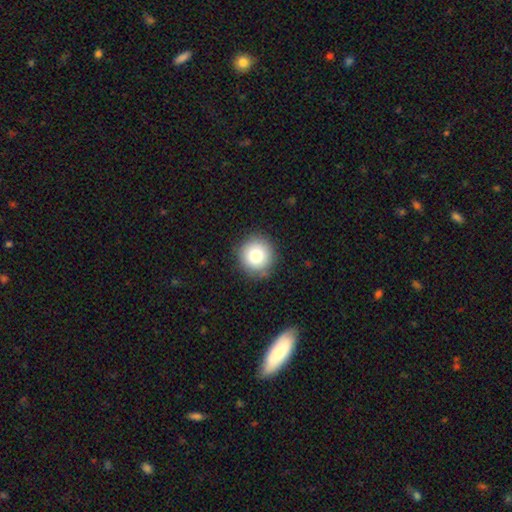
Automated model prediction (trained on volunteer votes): Smooth or featured: smooth — 79% (featured or disk — 11%)
How rounded: round — 94% (in between — 5%)
Merging: none — 87% (minor disturbance — 9%)